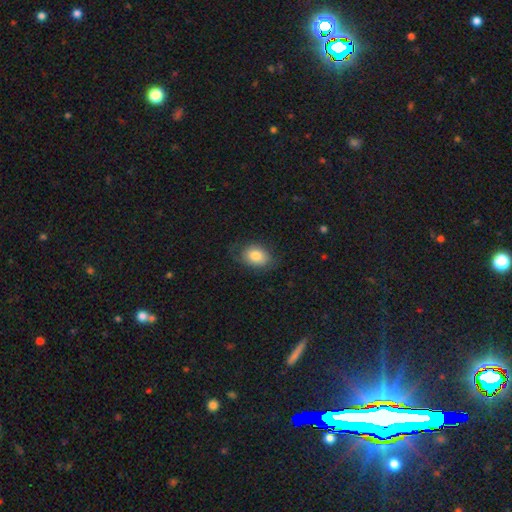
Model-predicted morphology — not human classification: Smooth or featured? Predicted: smooth (p=0.81). How rounded? Predicted: in between (p=0.77). Merging? Predicted: none (p=0.66).